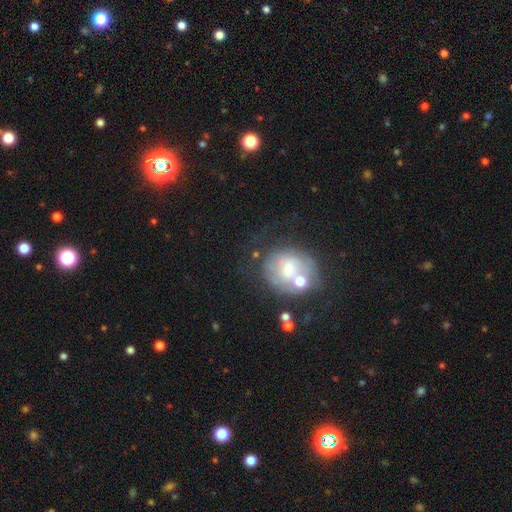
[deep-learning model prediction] This appears to be a featured or disk galaxy (41%). Merging: none (46%).